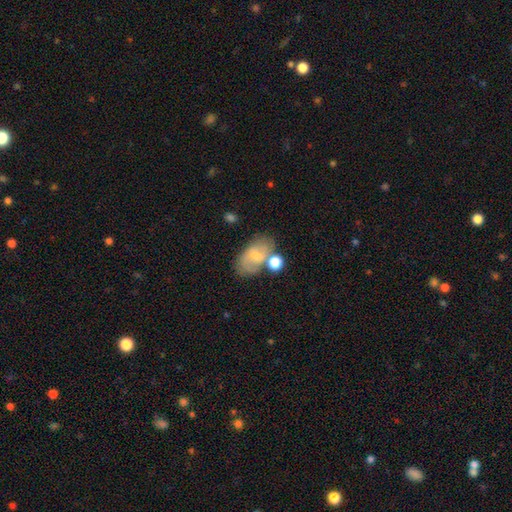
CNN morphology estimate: This appears to be a smooth galaxy with no disk features (60%) that is in between round and cigar-shaped (88%). Merging: none (50%).